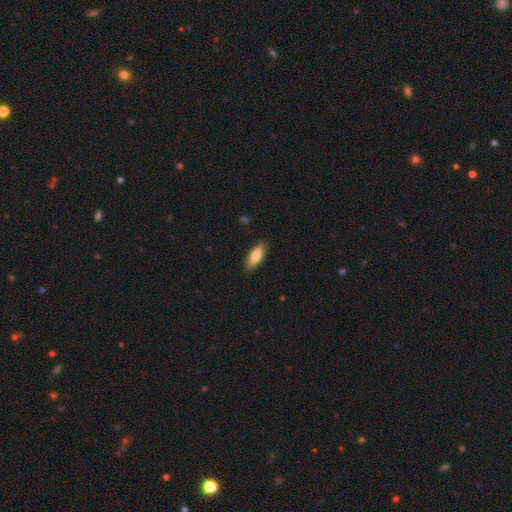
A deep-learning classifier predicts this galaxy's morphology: Overall: smooth (78%). How rounded: in between (65%; cigar-shaped 33%). Merging: none (88%).